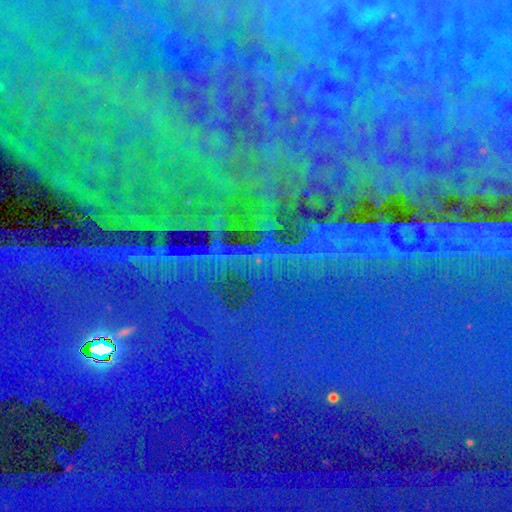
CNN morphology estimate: Q: Smooth or featured?
A: star or artifact (86%); runner-up: smooth (7%)